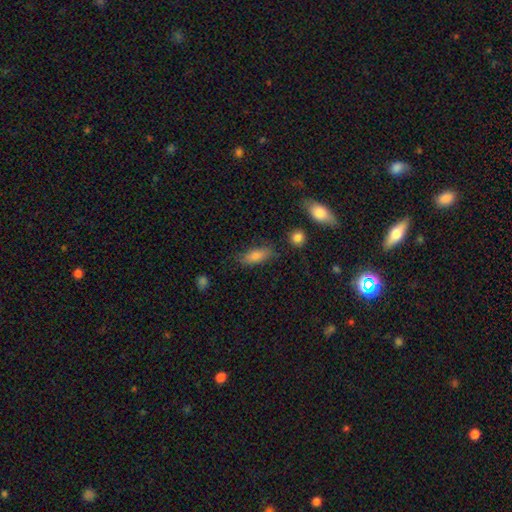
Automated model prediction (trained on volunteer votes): A smooth galaxy with no disk features (79%) that is in between round and cigar-shaped (71%). Merging: none (77%).